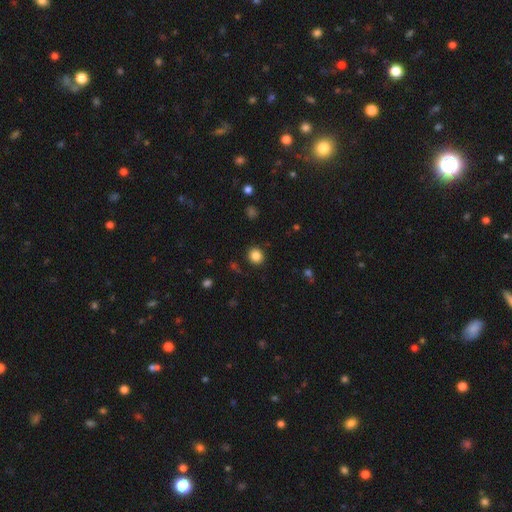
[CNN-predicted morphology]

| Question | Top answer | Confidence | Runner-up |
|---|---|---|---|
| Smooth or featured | smooth | 85% | star or artifact (11%) |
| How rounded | round | 88% | in between (11%) |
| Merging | none | 90% | minor disturbance (6%) |